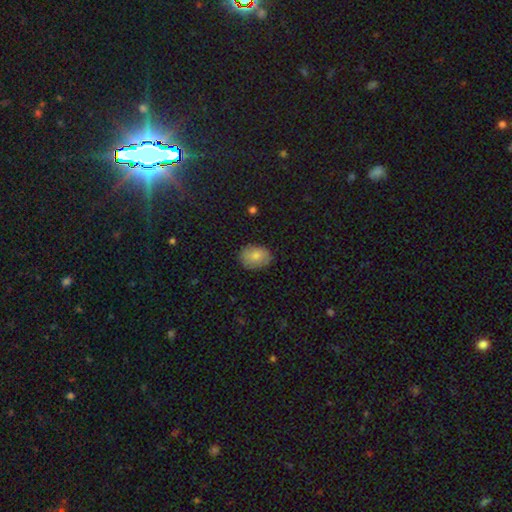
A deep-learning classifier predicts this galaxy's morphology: The model was most divided on "how rounded": in between: 67%, round: 32%, cigar-shaped: 1%. More confident: smooth or featured — smooth (80%); merging — none (80%).